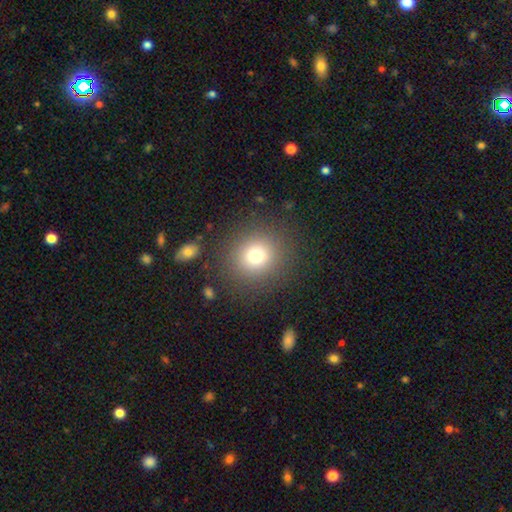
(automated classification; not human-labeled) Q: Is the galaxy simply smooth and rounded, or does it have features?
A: smooth — 74%.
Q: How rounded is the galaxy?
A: round — 89%.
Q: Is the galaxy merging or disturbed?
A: none — 86%.